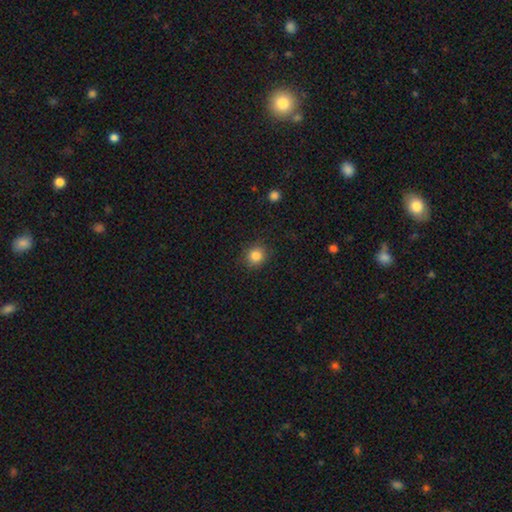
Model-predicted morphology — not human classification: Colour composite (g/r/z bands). It shows a smooth galaxy with no disk features (84%) that is round (87%). Merging: none (90%).